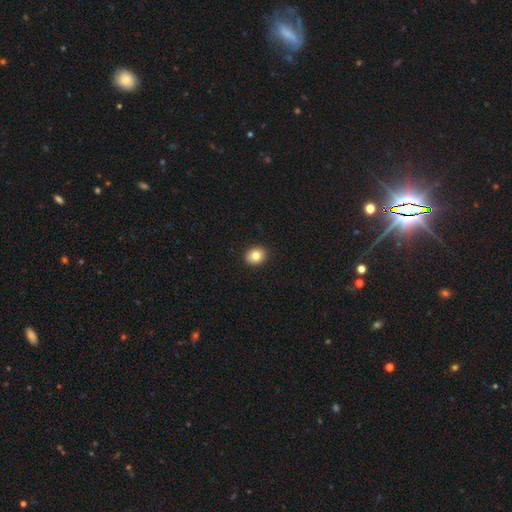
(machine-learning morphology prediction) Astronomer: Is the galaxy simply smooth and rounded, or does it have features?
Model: smooth — 82%.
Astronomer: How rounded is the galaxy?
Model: round — 65%.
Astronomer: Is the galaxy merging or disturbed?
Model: none — 92%.